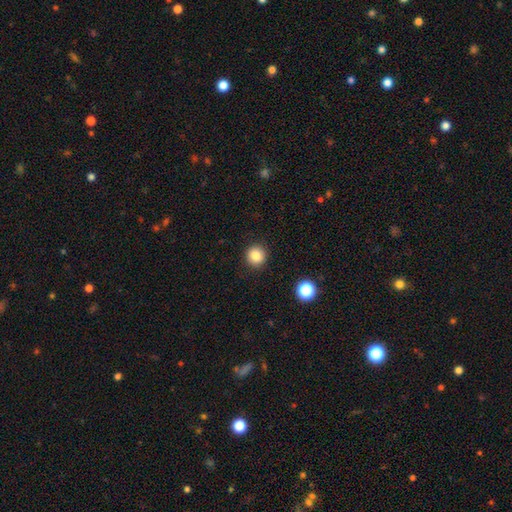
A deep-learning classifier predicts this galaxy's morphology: Overall: smooth (84%). How rounded: round (92%). Merging: none (92%).